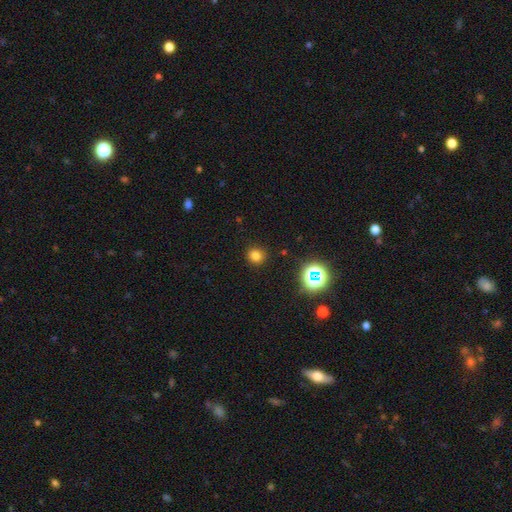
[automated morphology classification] Smooth or featured: smooth — 75% (star or artifact — 19%)
How rounded: round — 86% (in between — 13%)
Merging: none — 89% (minor disturbance — 7%)